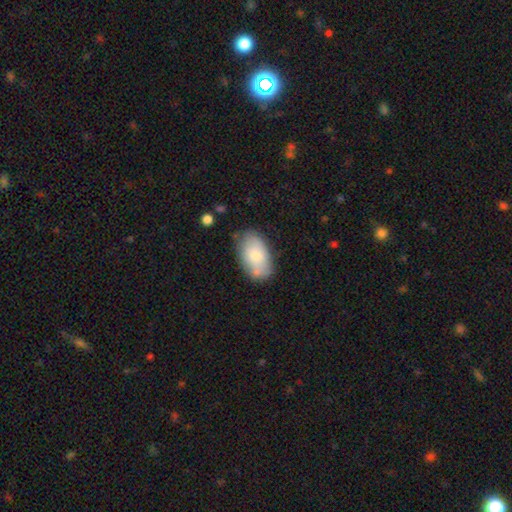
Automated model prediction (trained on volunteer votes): Q: Smooth or featured?
A: smooth (75%); runner-up: featured or disk (19%)
Q: How rounded?
A: in between (94%); runner-up: round (4%)
Q: Merging?
A: none (70%); runner-up: minor disturbance (20%)